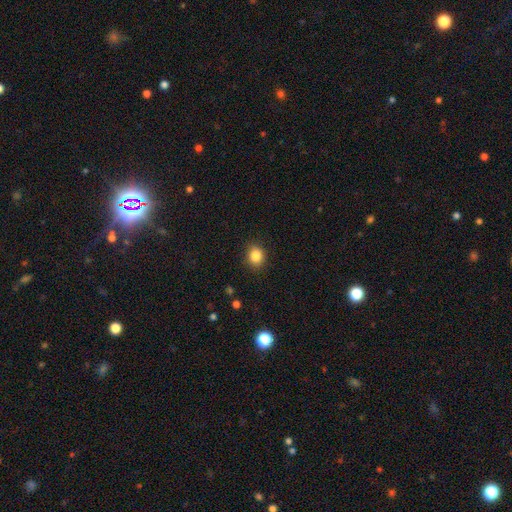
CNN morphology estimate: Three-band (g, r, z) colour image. It shows a smooth galaxy with no disk features (85%) that is round (68%). Merging: none (88%).